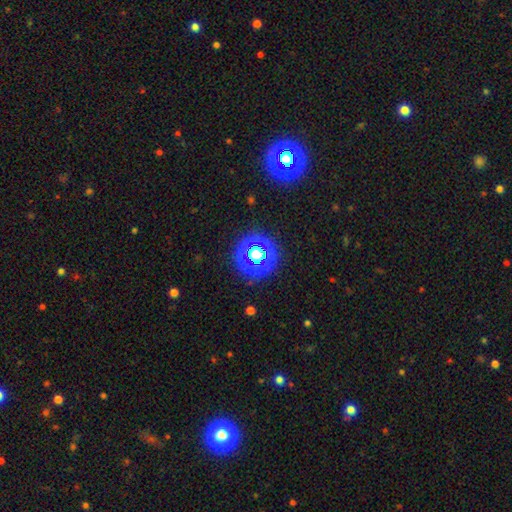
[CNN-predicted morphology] Smooth or featured: star or artifact — 78% (smooth — 15%)